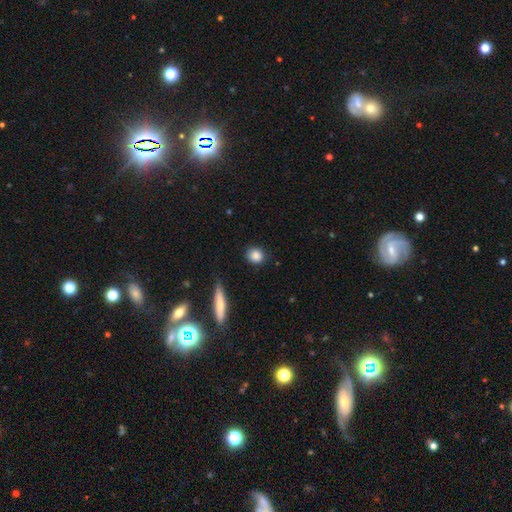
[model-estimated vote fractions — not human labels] Morphology: type=smooth (86%); roundness=round (80%); merging=none (86%).